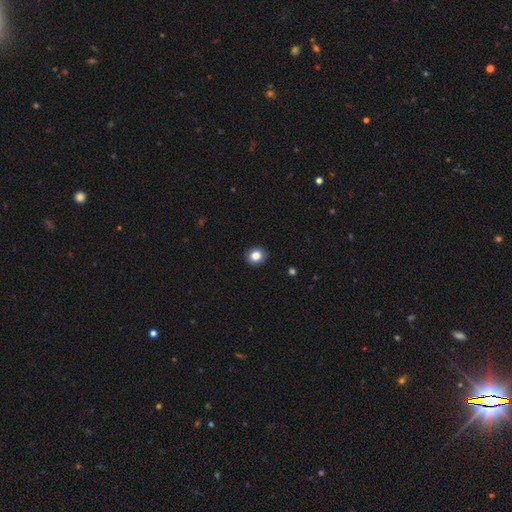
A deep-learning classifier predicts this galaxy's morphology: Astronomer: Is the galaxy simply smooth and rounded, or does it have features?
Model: smooth — 84%.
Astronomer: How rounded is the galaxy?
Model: round — 72%.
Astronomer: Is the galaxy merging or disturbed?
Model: none — 91%.